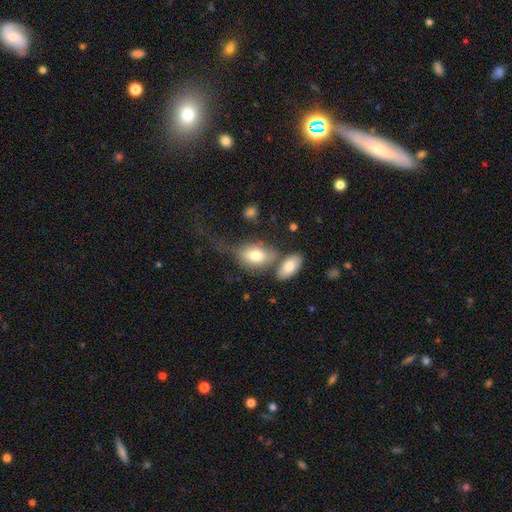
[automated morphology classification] Q: Smooth or featured?
A: smooth (75%); runner-up: featured or disk (18%)
Q: How rounded?
A: in between (88%); runner-up: round (10%)
Q: Merging?
A: merger (36%); runner-up: none (32%)